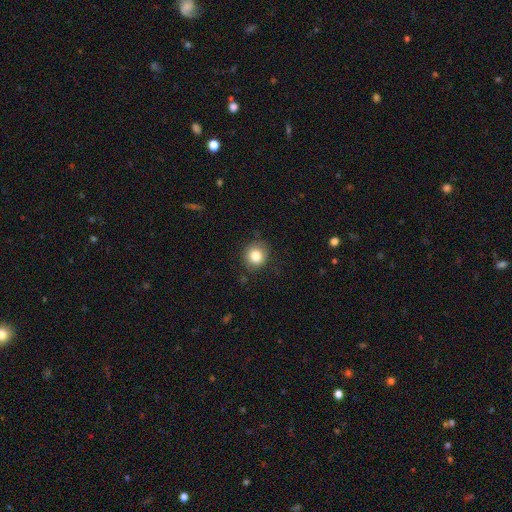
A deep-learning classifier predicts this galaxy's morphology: The model was most divided on "merging": none: 83%, minor disturbance: 12%, major disturbance: 3%, merger: 1%. More confident: how rounded — round (87%); smooth or featured — smooth (83%).